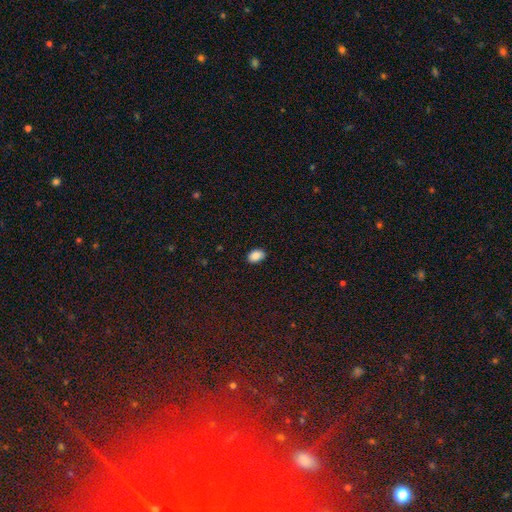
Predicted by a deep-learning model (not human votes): This is clearly a smooth galaxy (88%). How rounded: clearly in between (85%). Merging: clearly none (86%).